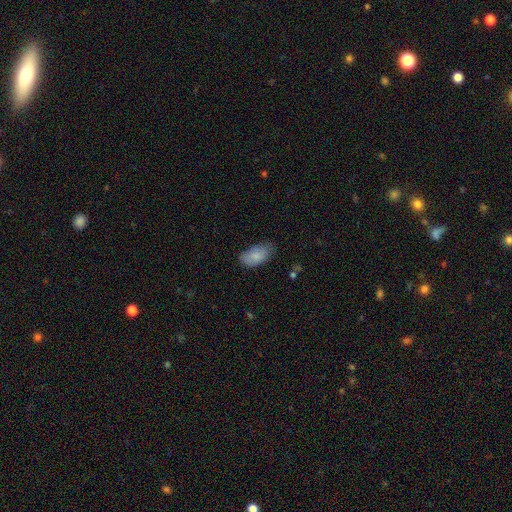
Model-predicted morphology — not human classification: smooth-or-featured: smooth: 82% | featured or disk: 11% | star or artifact: 7%
  how-rounded: in between: 94% | round: 4% | cigar-shaped: 2%
  merging: none: 61% | minor disturbance: 31% | major disturbance: 6% | merger: 2%